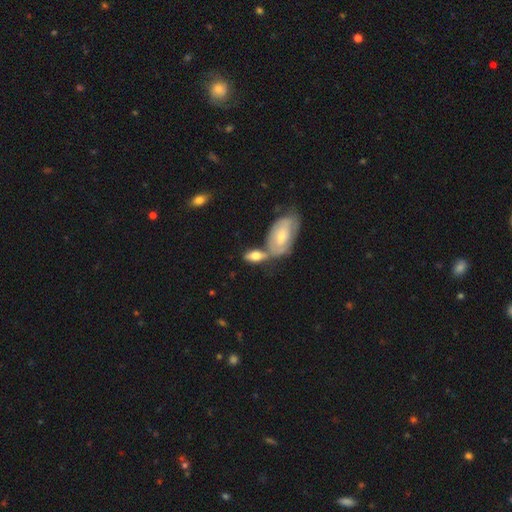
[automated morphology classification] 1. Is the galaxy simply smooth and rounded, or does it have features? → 56% smooth, 38% featured or disk, 6% star or artifact.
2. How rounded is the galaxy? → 85% in between, 10% cigar-shaped, 5% round.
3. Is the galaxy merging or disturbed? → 41% merger, 38% none, 15% minor disturbance, 6% major disturbance.